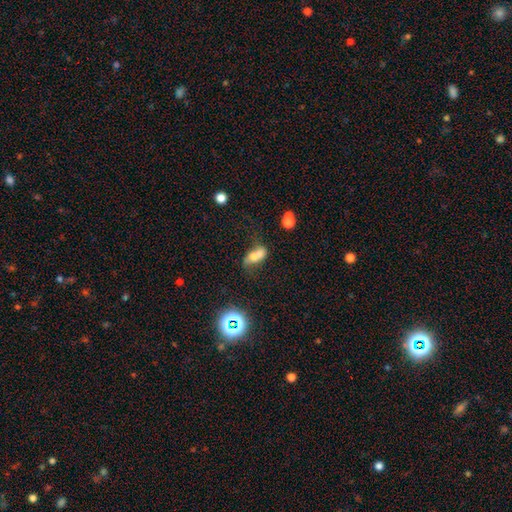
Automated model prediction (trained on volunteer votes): Smooth or featured? smooth (60%)
How rounded? in between (69%)
Merging? merger (59%)